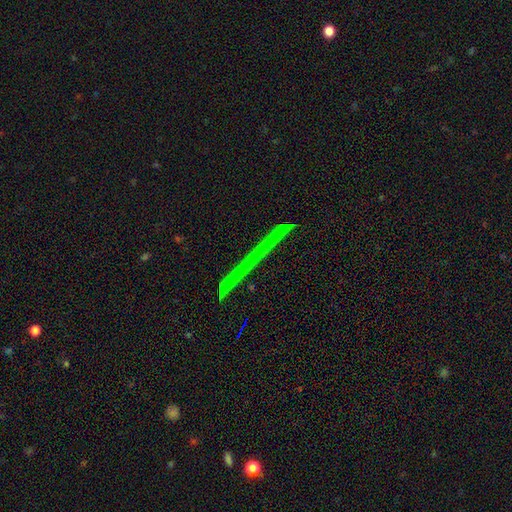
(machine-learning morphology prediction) smooth_or_featured: star or artifact (p=0.57) [alt: featured or disk p=0.30]